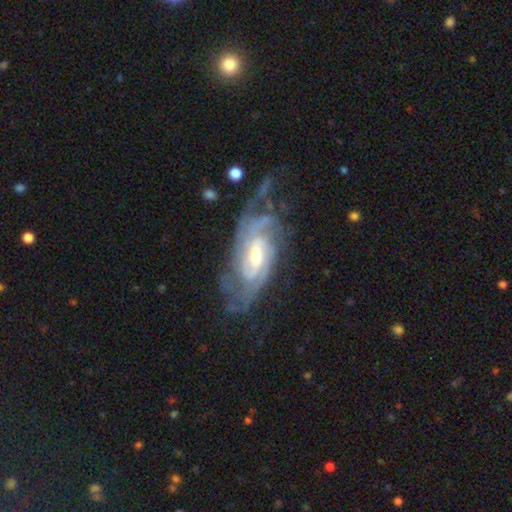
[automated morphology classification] Smooth or featured?
  - featured or disk: 89% *
  - smooth: 6%
  - star or artifact: 5%
Edge-on disk?
  - no: 94% *
  - yes: 6%
Bar?
  - weak: 47% *
  - no: 32%
  - strong: 20%
Spiral arms?
  - yes: 97% *
  - no: 3%
Spiral winding?
  - tight: 55% *
  - medium: 37%
  - loose: 9%
Spiral arm count?
  - 2: 37% *
  - can't tell: 24%
  - 3: 20%
  - 4: 10%
  - more than 4: 5%
  - 1: 5%
Bulge size?
  - moderate: 60% *
  - small: 28%
  - large: 9%
  - none: 2%
  - dominant: 1%
Merging?
  - none: 62% *
  - minor disturbance: 21%
  - major disturbance: 15%
  - merger: 2%